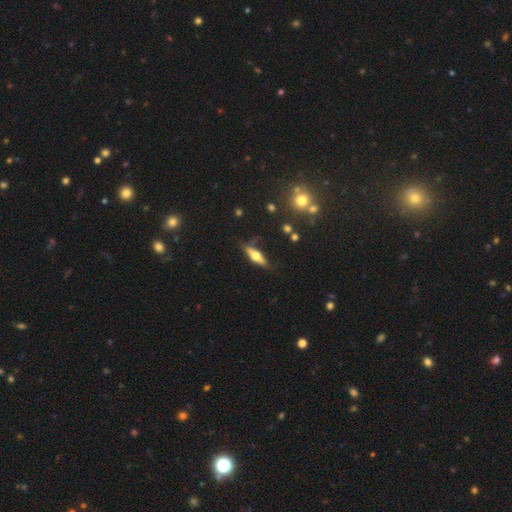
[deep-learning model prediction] featured or disk 54%, smooth 39%, star or artifact 7%. Down the decision tree: edge-on disk — yes (91%); merging — none (70%).